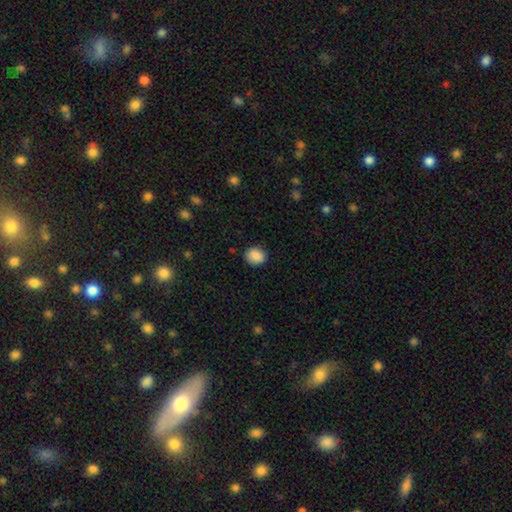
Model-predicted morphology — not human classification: smooth 89%, star or artifact 8%, featured or disk 3%. Down the decision tree: how rounded — round (60%); merging — none (85%).